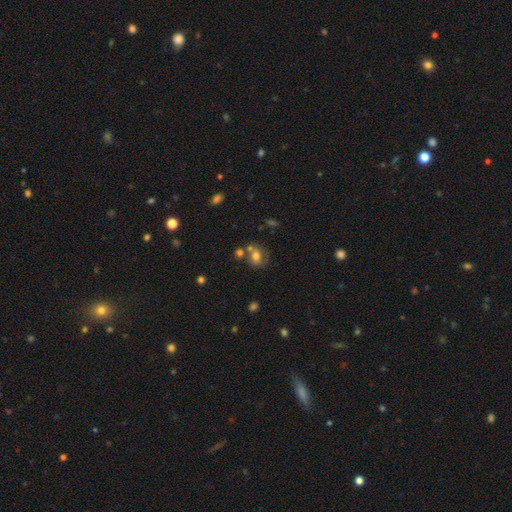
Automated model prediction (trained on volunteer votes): A smooth galaxy with no disk features (63%) that is round (53%). Merging: none (47%).